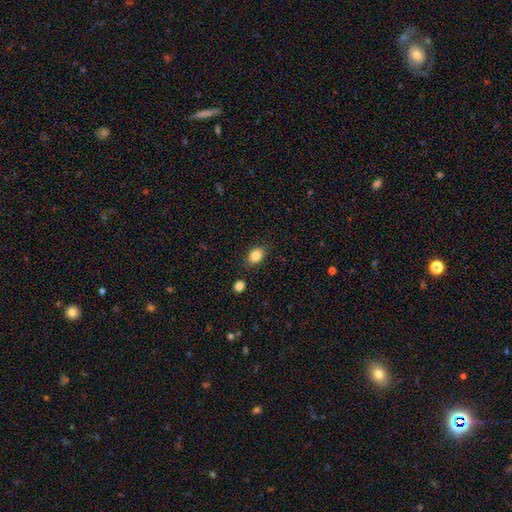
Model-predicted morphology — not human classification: smooth-or-featured: smooth: 84% | star or artifact: 9% | featured or disk: 7%
  how-rounded: in between: 70% | round: 29% | cigar-shaped: 1%
  merging: none: 85% | minor disturbance: 10% | merger: 3% | major disturbance: 2%